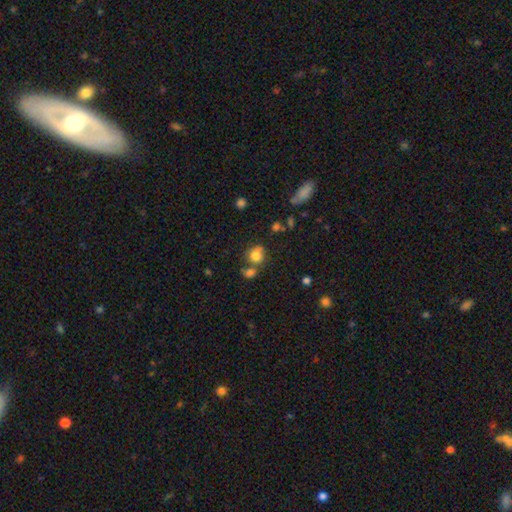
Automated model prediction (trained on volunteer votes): Smooth or featured?
  - smooth: 74% *
  - featured or disk: 13%
  - star or artifact: 13%
How rounded?
  - round: 69% *
  - in between: 30%
  - cigar-shaped: 1%
Merging?
  - none: 45% *
  - merger: 29%
  - minor disturbance: 17%
  - major disturbance: 9%